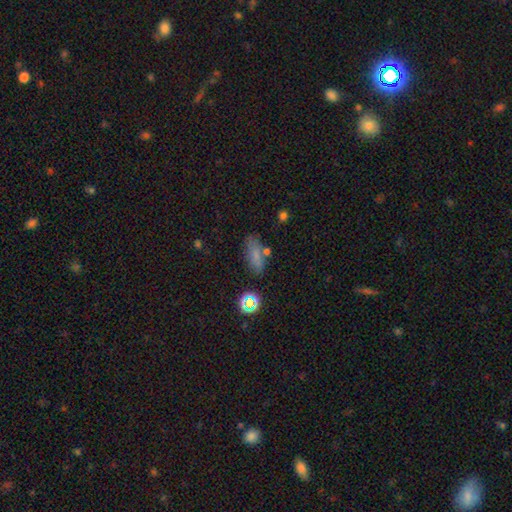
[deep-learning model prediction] A smooth galaxy with no disk features (72%) that is in between round and cigar-shaped (71%).

Vote fractions:
- Smooth or featured? smooth: 72% / star or artifact: 17% / featured or disk: 11%
- How rounded? in between: 71% / cigar-shaped: 22% / round: 6%
- Merging? none: 71% / minor disturbance: 16% / merger: 8% / major disturbance: 5%